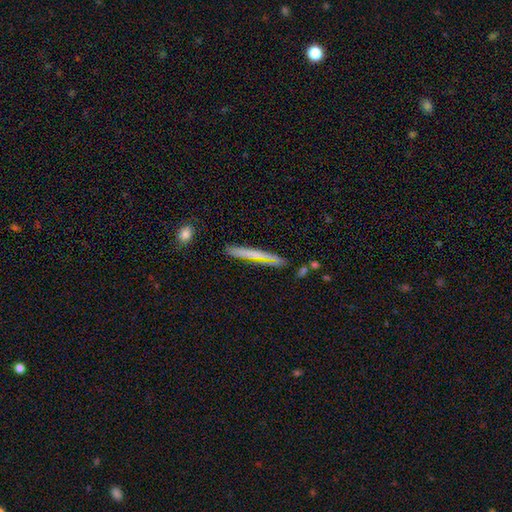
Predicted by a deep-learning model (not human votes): Smooth or featured?
  - smooth: 47% *
  - featured or disk: 45%
  - star or artifact: 7%
Merging?
  - none: 77% *
  - minor disturbance: 15%
  - major disturbance: 4%
  - merger: 4%